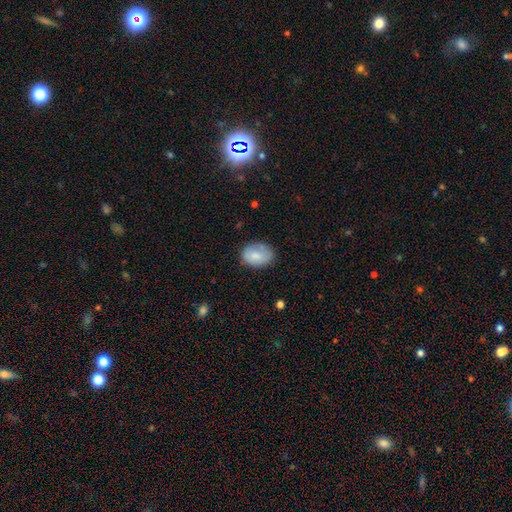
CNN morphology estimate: This is likely a smooth galaxy (77%). How rounded: likely in between (72%). Merging: likely none (70%).